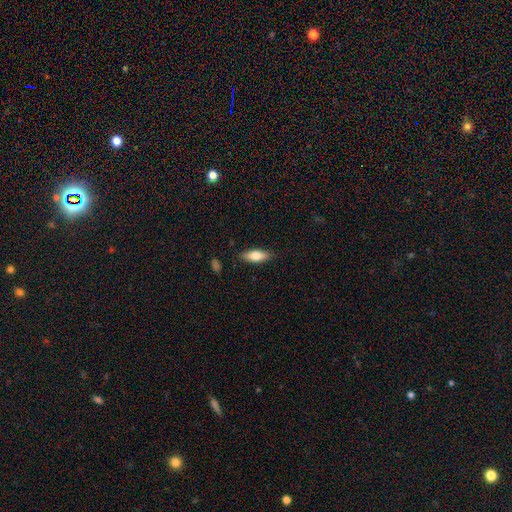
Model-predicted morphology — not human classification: Smooth or featured?
  - smooth: 71% *
  - featured or disk: 23%
  - star or artifact: 6%
How rounded?
  - in between: 65% *
  - cigar-shaped: 32%
  - round: 2%
Merging?
  - none: 85% *
  - minor disturbance: 11%
  - major disturbance: 2%
  - merger: 1%